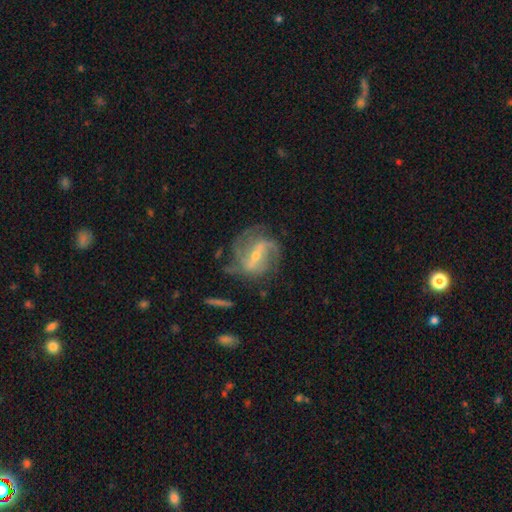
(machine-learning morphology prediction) Smooth or featured? Predicted: featured or disk (p=0.86). Edge-on disk? Predicted: no (p=0.96). Bar? Predicted: strong (p=0.46). Spiral arms? Predicted: yes (p=0.94). Spiral winding? Predicted: medium (p=0.47). Spiral arm count? Predicted: 2 (p=0.45). Bulge size? Predicted: small (p=0.59). Merging? Predicted: none (p=0.66).